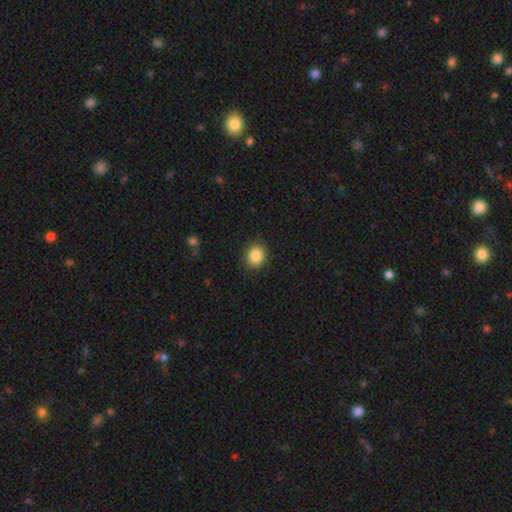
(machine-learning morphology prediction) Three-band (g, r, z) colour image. It shows a smooth galaxy with no disk features (86%) that is round (76%). Merging: none (90%).